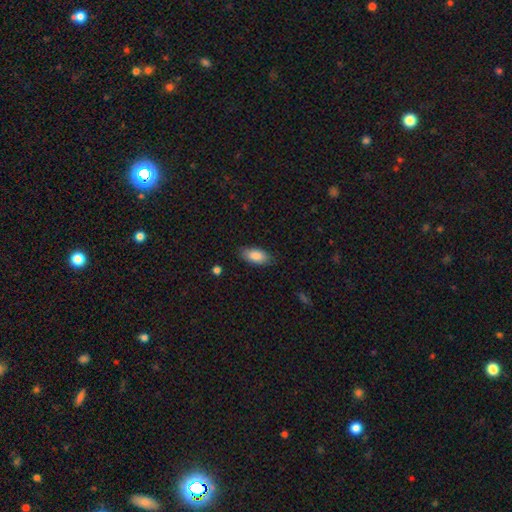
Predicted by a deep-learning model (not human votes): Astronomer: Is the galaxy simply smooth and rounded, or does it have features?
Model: smooth — 86%.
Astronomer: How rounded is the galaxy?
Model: in between — 90%.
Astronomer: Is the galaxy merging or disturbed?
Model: none — 84%.